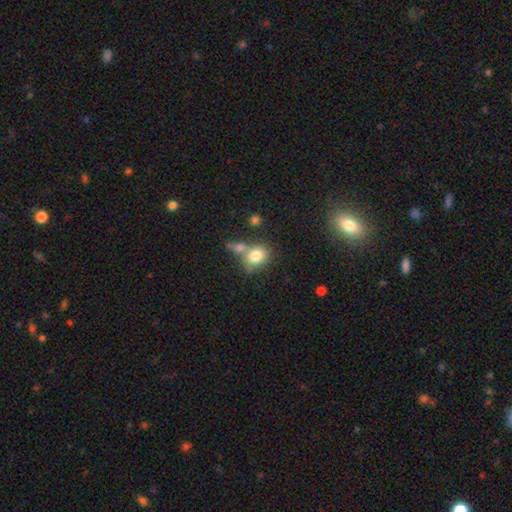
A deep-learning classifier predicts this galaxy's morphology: Smooth or featured: smooth — 79% (featured or disk — 10%)
How rounded: round — 60% (in between — 39%)
Merging: none — 52% (merger — 30%)